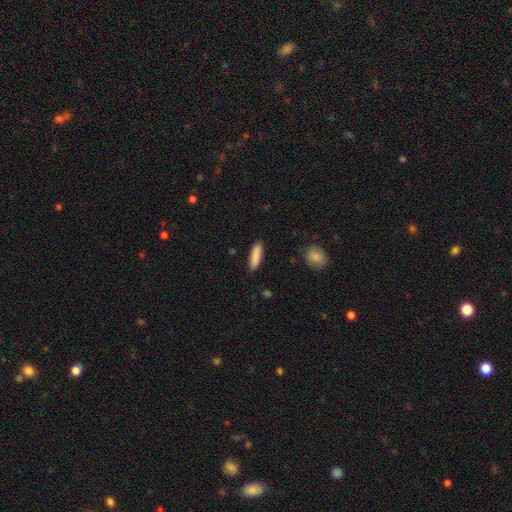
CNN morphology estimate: smooth-or-featured: smooth: 88% | featured or disk: 6% | star or artifact: 6%
  how-rounded: cigar-shaped: 65% | in between: 33% | round: 2%
  merging: none: 88% | minor disturbance: 8% | major disturbance: 2% | merger: 1%